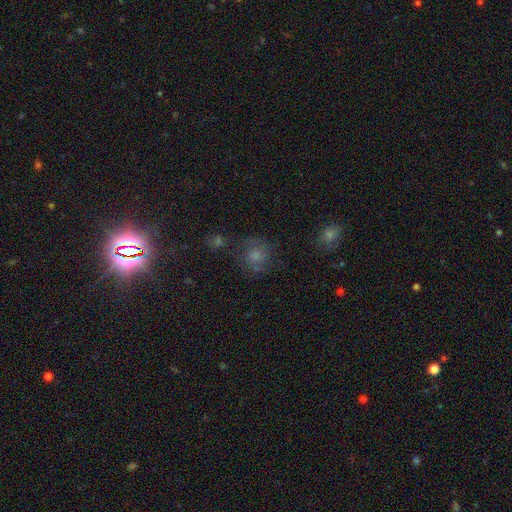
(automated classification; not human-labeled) Q: Smooth or featured?
A: smooth (60%); runner-up: featured or disk (21%)
Q: How rounded?
A: round (82%); runner-up: in between (16%)
Q: Merging?
A: none (57%); runner-up: minor disturbance (19%)